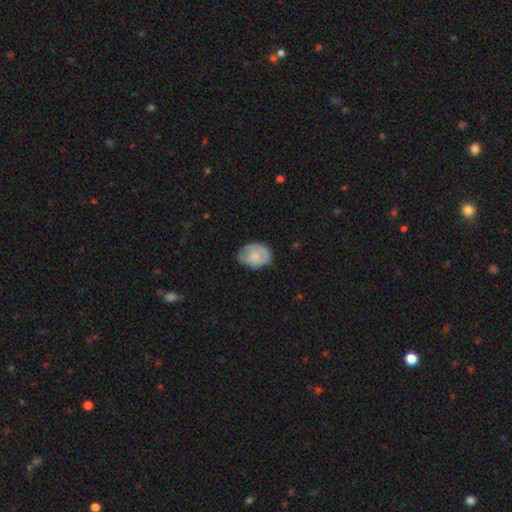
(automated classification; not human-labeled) Smooth or featured?
  - smooth: 66% *
  - featured or disk: 27%
  - star or artifact: 7%
How rounded?
  - in between: 71% *
  - round: 28%
  - cigar-shaped: 1%
Merging?
  - none: 62% *
  - minor disturbance: 29%
  - major disturbance: 8%
  - merger: 1%